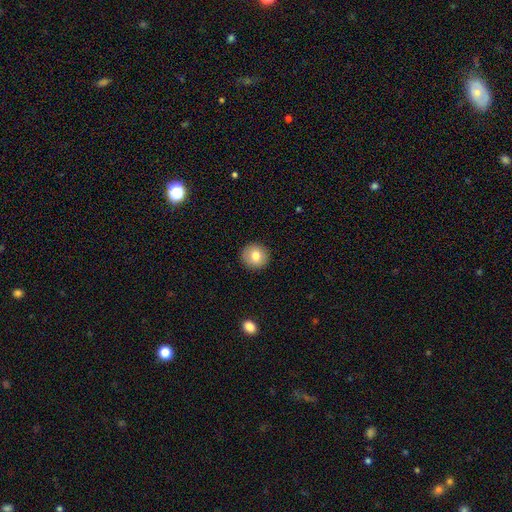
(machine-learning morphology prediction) A smooth galaxy with no disk features (80%) that is round (93%). Merging: none (92%).